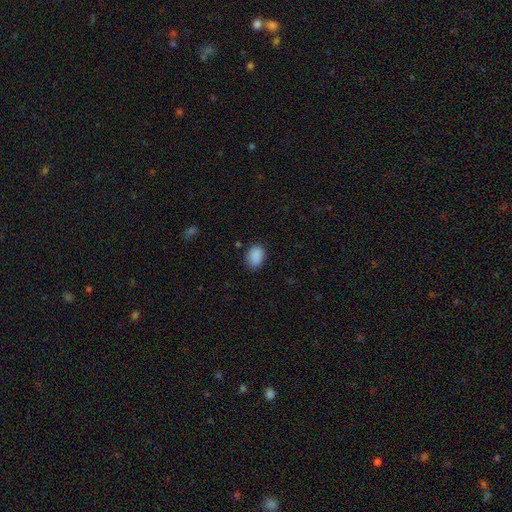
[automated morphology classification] Overall: smooth (88%). How rounded: in between (77%). Merging: none (79%).